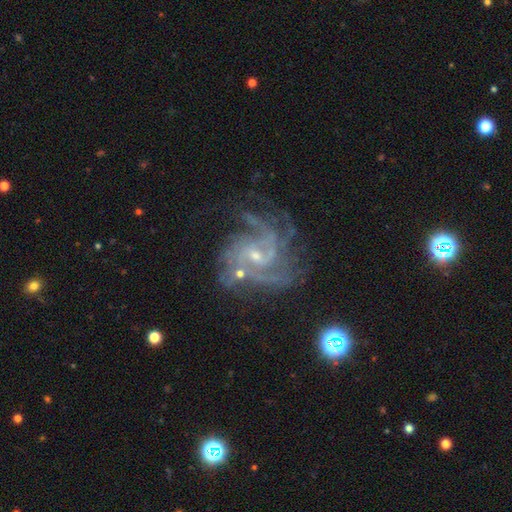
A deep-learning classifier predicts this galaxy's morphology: featured or disk 89%, star or artifact 7%, smooth 3%. Down the decision tree: edge-on disk — no (98%); bar — no (48%); spiral arms — yes (98%); spiral arm count — 3 (29%); spiral winding — medium (46%); bulge size — small (75%); merging — none (60%).